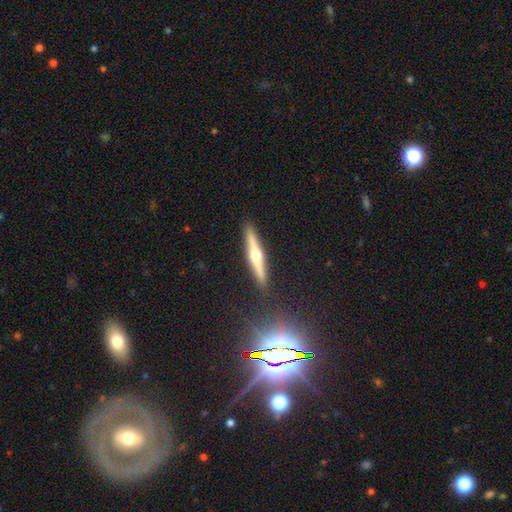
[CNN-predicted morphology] smooth_or_featured: featured or disk (p=0.67) [alt: smooth p=0.26]
disk_edge_on: yes (p=0.97) [alt: no p=0.03]
edge_on_bulge: rounded (p=0.91) [alt: none p=0.05]
merging: none (p=0.91) [alt: minor disturbance p=0.06]